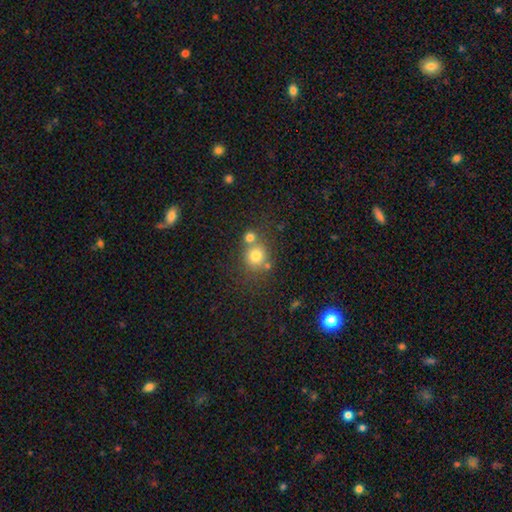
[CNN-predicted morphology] A smooth galaxy with no disk features (76%) that is round (86%). Merging: none (56%).